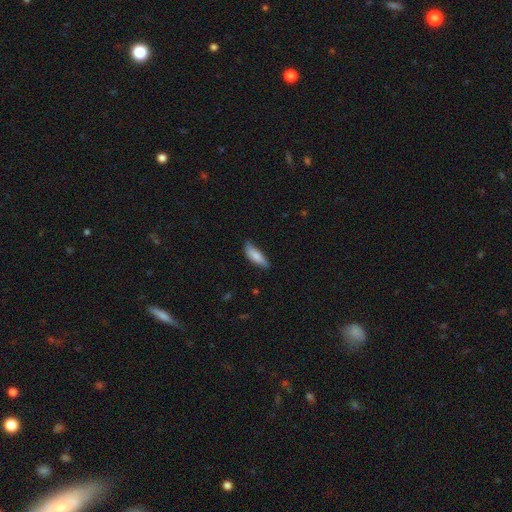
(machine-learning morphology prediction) Overall: smooth (80%). How rounded: in between (55%; cigar-shaped 43%). Merging: none (70%).